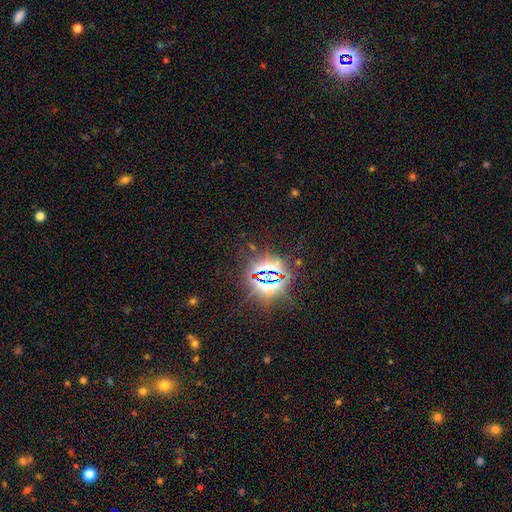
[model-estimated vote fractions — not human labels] Q: Smooth or featured?
A: star or artifact (84%); runner-up: smooth (9%)